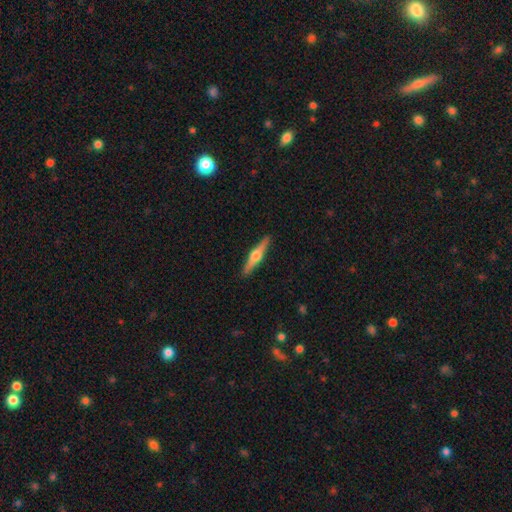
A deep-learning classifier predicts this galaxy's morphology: smooth_or_featured: featured or disk (p=0.69) [alt: smooth p=0.26]
disk_edge_on: yes (p=0.97) [alt: no p=0.03]
edge_on_bulge: rounded (p=0.94) [alt: boxy p=0.04]
merging: none (p=0.91) [alt: minor disturbance p=0.06]